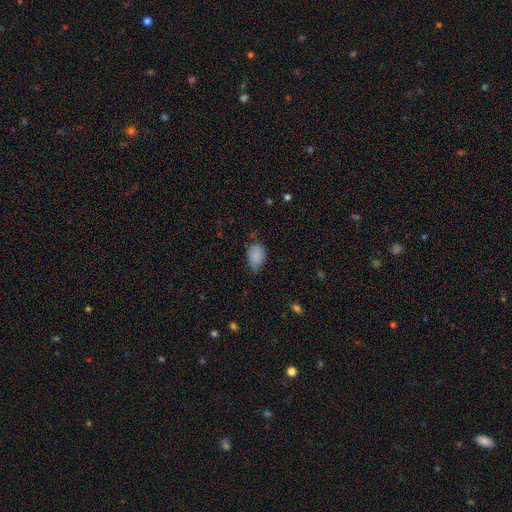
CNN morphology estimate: Q: Smooth or featured?
A: smooth (83%); runner-up: star or artifact (9%)
Q: How rounded?
A: in between (79%); runner-up: round (20%)
Q: Merging?
A: none (50%); runner-up: minor disturbance (41%)